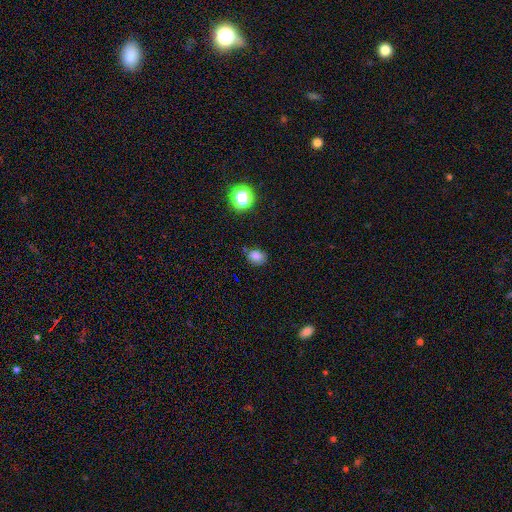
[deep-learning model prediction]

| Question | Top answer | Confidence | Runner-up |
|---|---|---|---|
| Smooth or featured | smooth | 79% | star or artifact (15%) |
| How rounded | in between | 52% | round (47%) |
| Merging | none | 71% | minor disturbance (20%) |